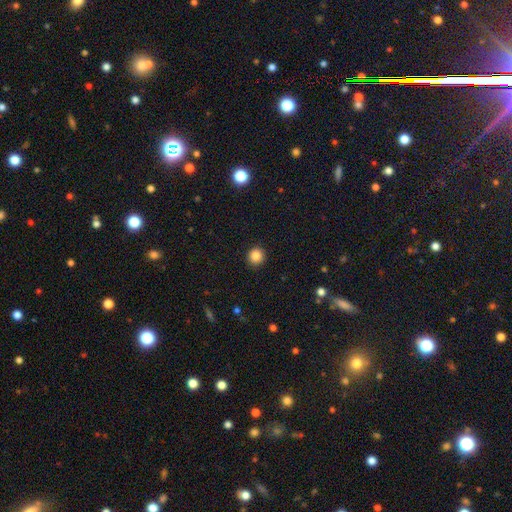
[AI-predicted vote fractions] Smooth or featured?
  - smooth: 85% *
  - star or artifact: 11%
  - featured or disk: 4%
How rounded?
  - round: 94% *
  - in between: 5%
  - cigar-shaped: 1%
Merging?
  - none: 92% *
  - minor disturbance: 5%
  - major disturbance: 2%
  - merger: 1%